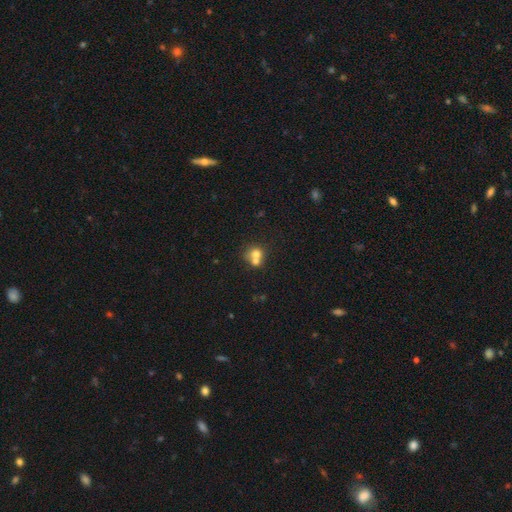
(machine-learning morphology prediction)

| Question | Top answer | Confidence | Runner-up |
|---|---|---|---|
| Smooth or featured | smooth | 68% | featured or disk (20%) |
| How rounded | round | 77% | in between (22%) |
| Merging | merger | 61% | none (30%) |